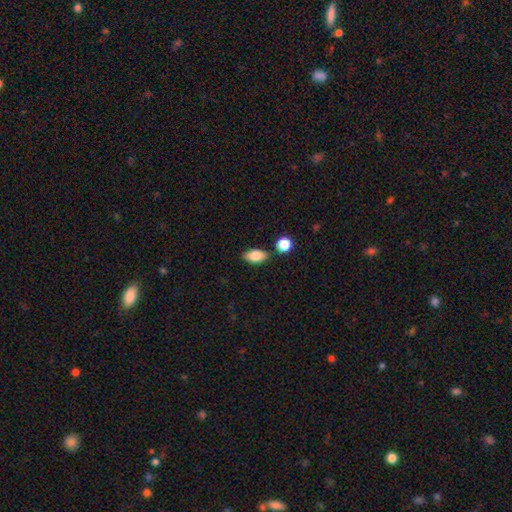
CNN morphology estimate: Smooth or featured: smooth — 82% (featured or disk — 10%)
How rounded: in between — 88% (round — 7%)
Merging: none — 79% (minor disturbance — 11%)